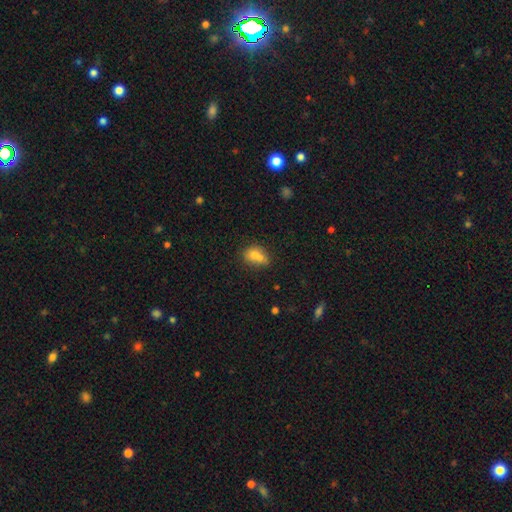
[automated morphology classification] Q: Smooth or featured?
A: smooth (73%); runner-up: featured or disk (16%)
Q: How rounded?
A: in between (58%); runner-up: round (41%)
Q: Merging?
A: merger (50%); runner-up: none (34%)